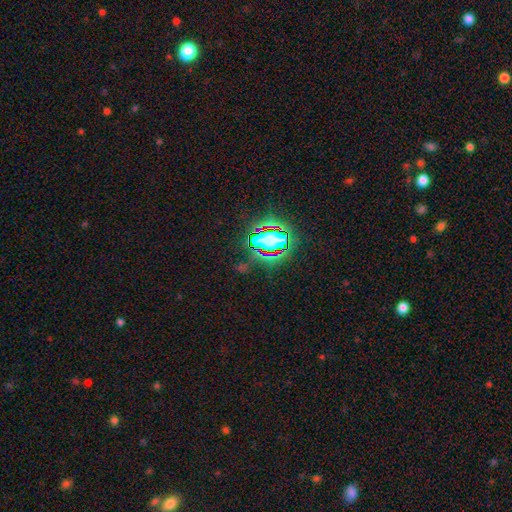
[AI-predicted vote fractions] smooth-or-featured: star or artifact: 80% | smooth: 12% | featured or disk: 8%